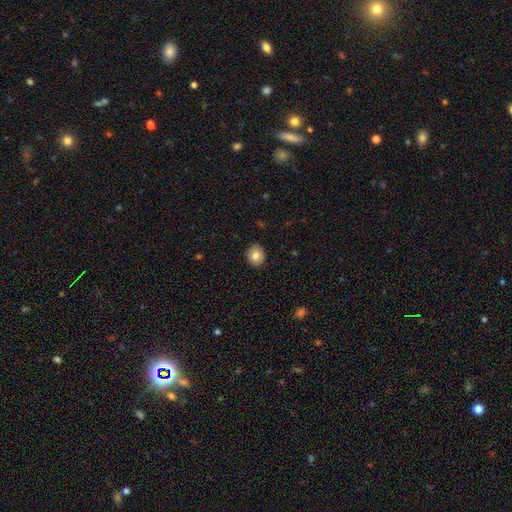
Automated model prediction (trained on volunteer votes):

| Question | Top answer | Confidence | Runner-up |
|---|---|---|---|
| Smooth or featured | smooth | 81% | featured or disk (10%) |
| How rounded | round | 78% | in between (21%) |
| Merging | none | 89% | minor disturbance (8%) |